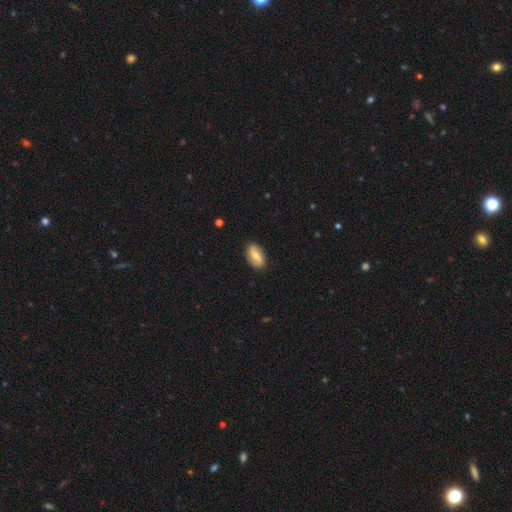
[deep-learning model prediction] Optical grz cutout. It shows a smooth galaxy with no disk features (55%) that is in between round and cigar-shaped (90%). Merging: none (87%).